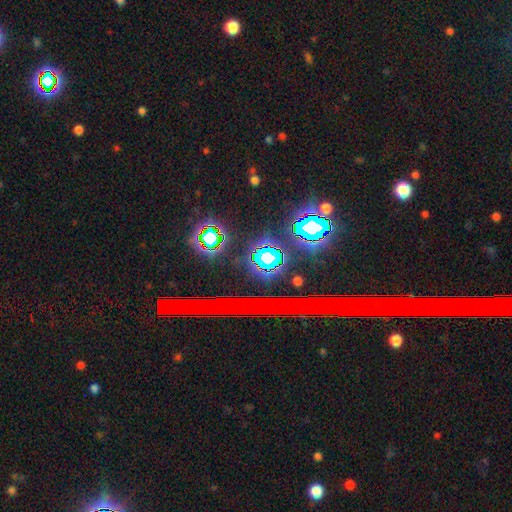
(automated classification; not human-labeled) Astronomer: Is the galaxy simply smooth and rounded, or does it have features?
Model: star or artifact — 76%.